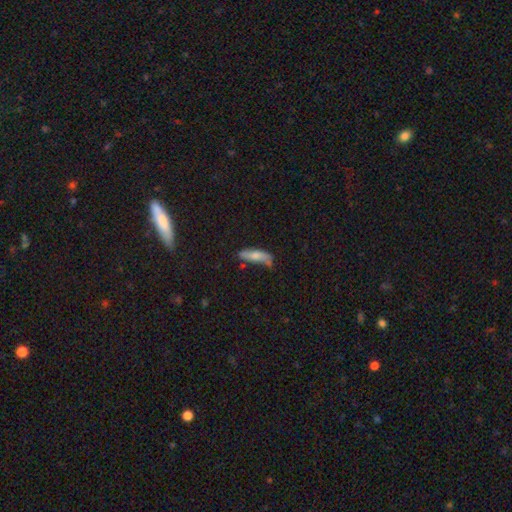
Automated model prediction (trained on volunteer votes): Smooth or featured? smooth (72%)
How rounded? cigar-shaped (60%)
Merging? none (54%)